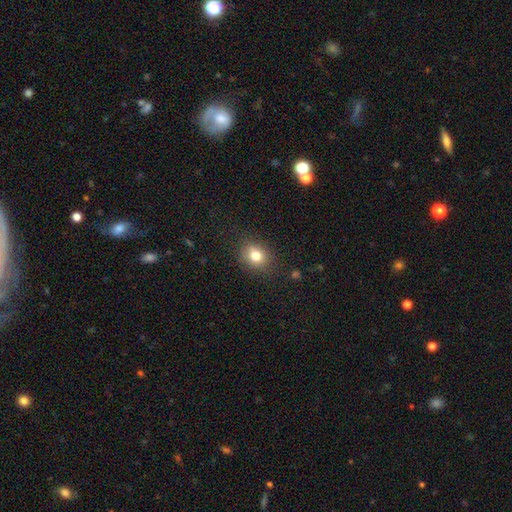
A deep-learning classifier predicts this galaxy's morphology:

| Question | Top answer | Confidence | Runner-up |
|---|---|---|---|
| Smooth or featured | smooth | 78% | star or artifact (13%) |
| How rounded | round | 64% | in between (35%) |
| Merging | none | 83% | minor disturbance (12%) |